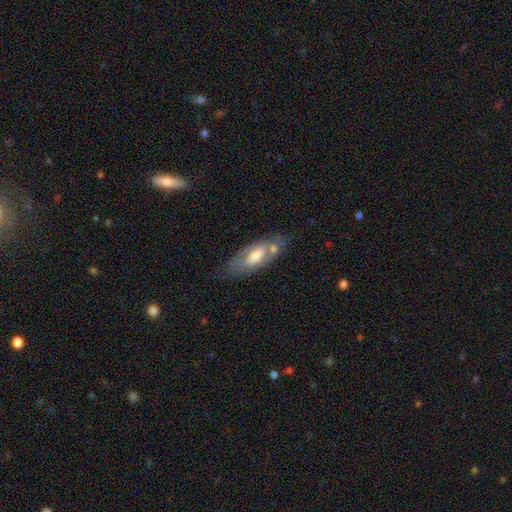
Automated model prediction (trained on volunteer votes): This appears to be a featured or disk galaxy (49%). Merging: none (63%).